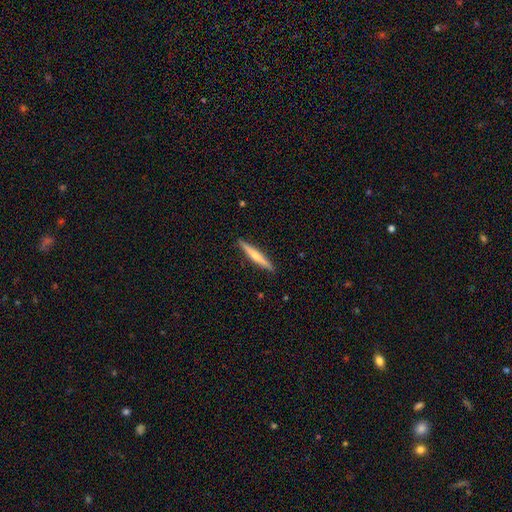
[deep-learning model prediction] A smooth galaxy with no disk features (50%).

Vote fractions:
- Smooth or featured? smooth: 50% / featured or disk: 45% / star or artifact: 5%
- Merging? none: 91% / minor disturbance: 6% / major disturbance: 1% / merger: 1%